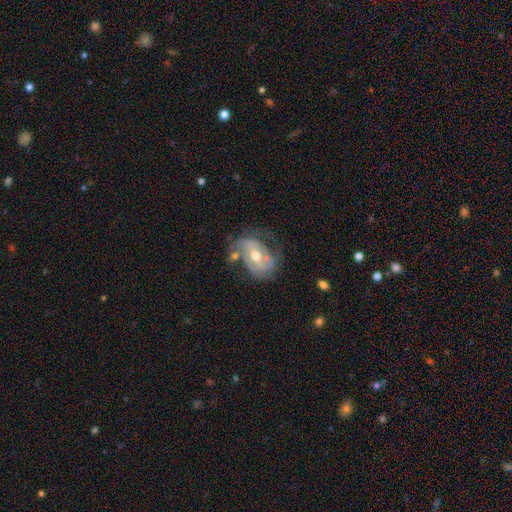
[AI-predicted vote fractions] This appears to be a featured or disk galaxy (79%) with no bar (44%), 2 (61%) medium (42%) spiral arms (84%) and a moderate central bulge (74%). Merging: none (48%).